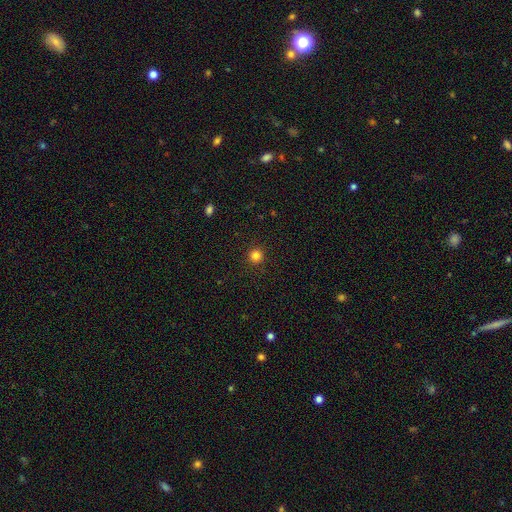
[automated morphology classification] A smooth galaxy with no disk features (82%) that is round (95%). Merging: none (92%).